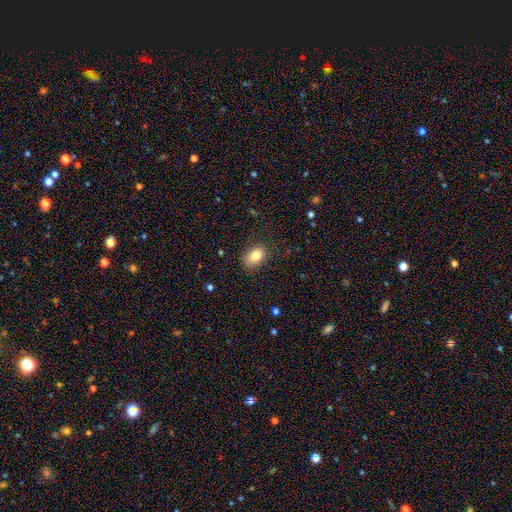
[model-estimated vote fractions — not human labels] Morphology: type=smooth (82%); roundness=in between (83%); merging=none (78%).